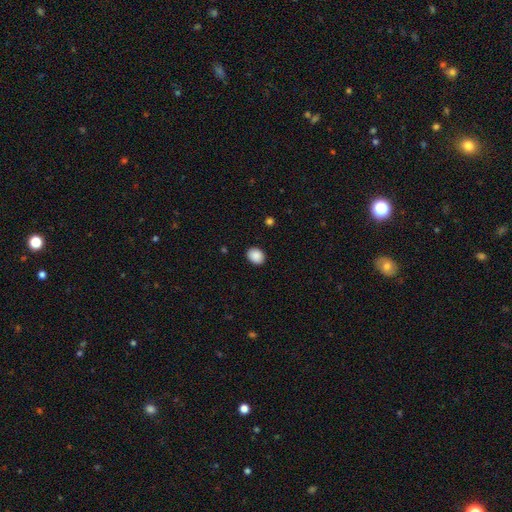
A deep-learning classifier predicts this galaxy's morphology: A smooth galaxy with no disk features (90%) that is in between round and cigar-shaped (54%).

Vote fractions:
- Smooth or featured? smooth: 90% / star or artifact: 8% / featured or disk: 3%
- How rounded? in between: 54% / round: 45% / cigar-shaped: 1%
- Merging? none: 90% / minor disturbance: 7% / major disturbance: 2% / merger: 1%